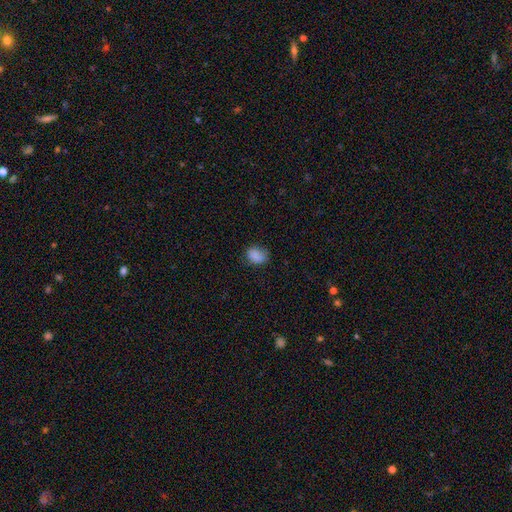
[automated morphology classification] This appears to be a smooth galaxy with no disk features (82%) that is in between round and cigar-shaped (58%). Merging: none (64%).